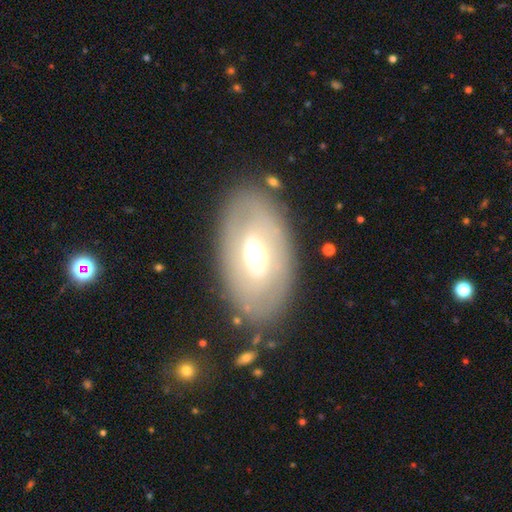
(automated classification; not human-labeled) Q: Smooth or featured?
A: featured or disk (54%); runner-up: smooth (39%)
Q: Edge-on disk?
A: no (89%); runner-up: yes (11%)
Q: Merging?
A: none (81%); runner-up: minor disturbance (12%)